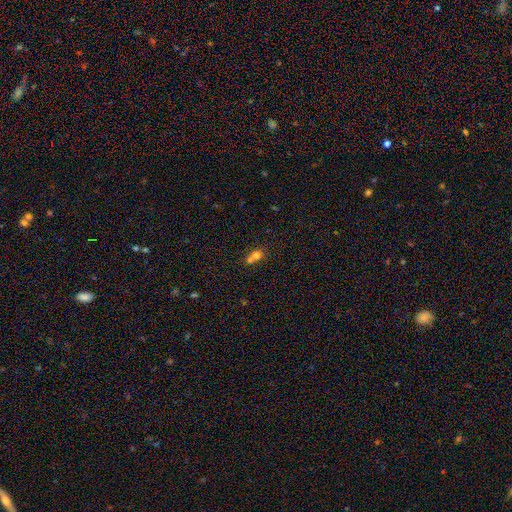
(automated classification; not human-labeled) Overall: smooth (70%). How rounded: round (70%). Merging: merger (62%; none 29%).